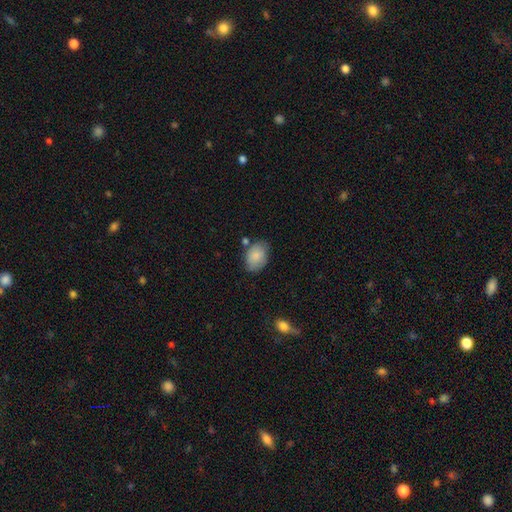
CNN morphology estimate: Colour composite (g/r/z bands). It shows a smooth galaxy with no disk features (84%) that is in between round and cigar-shaped (78%). Merging: none (65%).